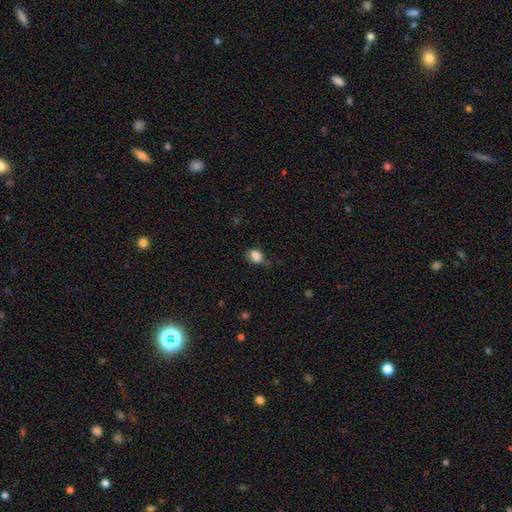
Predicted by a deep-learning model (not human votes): Smooth or featured? smooth (84%)
How rounded? in between (67%)
Merging? none (54%)